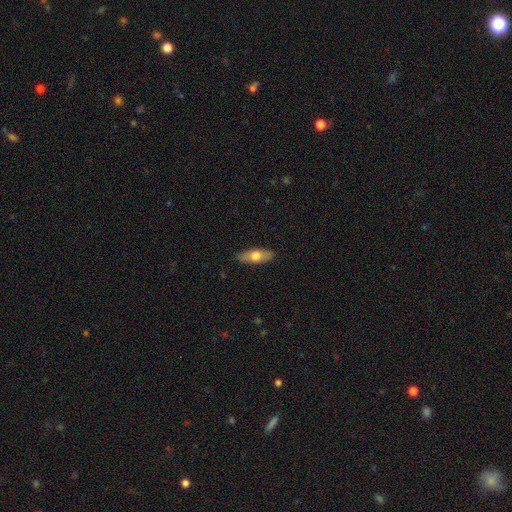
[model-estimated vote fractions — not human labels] smooth_or_featured: smooth (p=0.64) [alt: featured or disk p=0.31]
how_rounded: in between (p=0.72) [alt: cigar-shaped p=0.25]
merging: none (p=0.87) [alt: minor disturbance p=0.10]